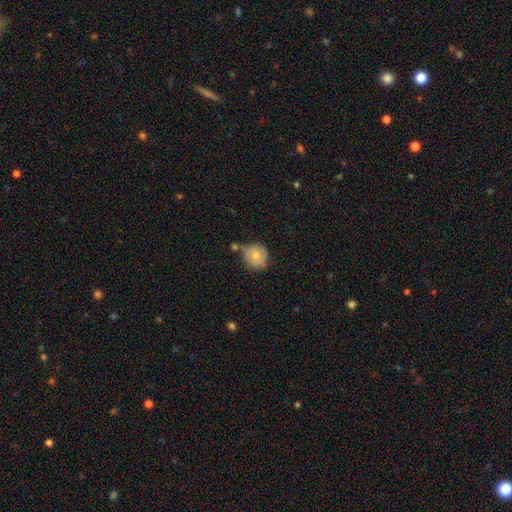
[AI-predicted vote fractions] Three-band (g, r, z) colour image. It shows a smooth galaxy with no disk features (69%) that is round (92%). Merging: none (63%).